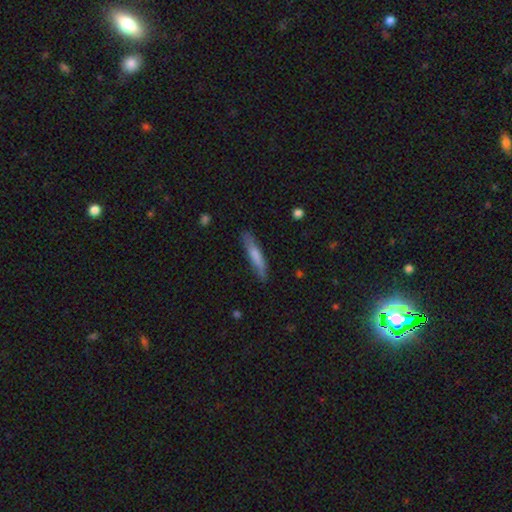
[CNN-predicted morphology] smooth_or_featured: smooth (p=0.69) [alt: featured or disk p=0.25]
how_rounded: cigar-shaped (p=0.89) [alt: in between p=0.09]
merging: none (p=0.83) [alt: minor disturbance p=0.13]